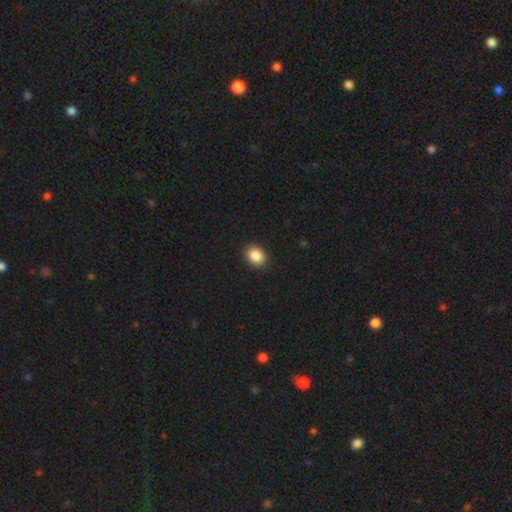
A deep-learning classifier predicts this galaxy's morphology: Q: Smooth or featured?
A: smooth (88%); runner-up: star or artifact (9%)
Q: How rounded?
A: round (55%); runner-up: in between (44%)
Q: Merging?
A: none (91%); runner-up: minor disturbance (6%)